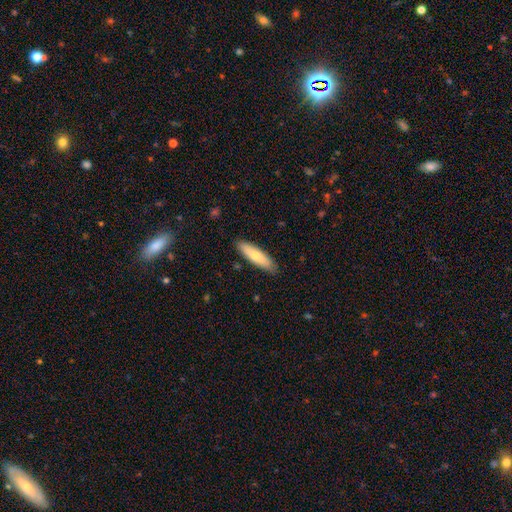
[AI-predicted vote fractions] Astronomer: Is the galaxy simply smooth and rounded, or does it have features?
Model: smooth — 68%.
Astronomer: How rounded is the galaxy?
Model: cigar-shaped — 61% (runner-up: in between, 37%).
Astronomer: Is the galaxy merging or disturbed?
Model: none — 87%.